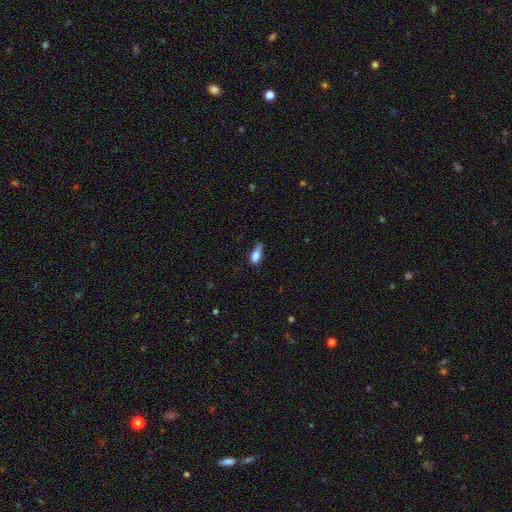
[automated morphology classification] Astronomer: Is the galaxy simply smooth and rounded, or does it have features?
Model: smooth — 80%.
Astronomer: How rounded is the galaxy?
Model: in between — 83%.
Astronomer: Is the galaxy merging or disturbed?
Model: minor disturbance — 42% (runner-up: none, 36%).